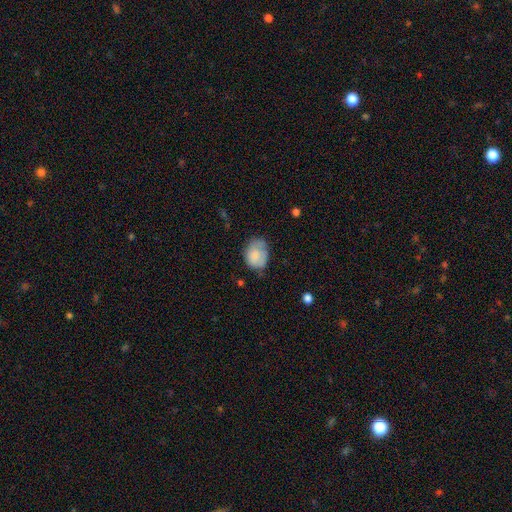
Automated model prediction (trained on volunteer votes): This appears to be a smooth galaxy with no disk features (75%) that is in between round and cigar-shaped (62%). Merging: none (46%).